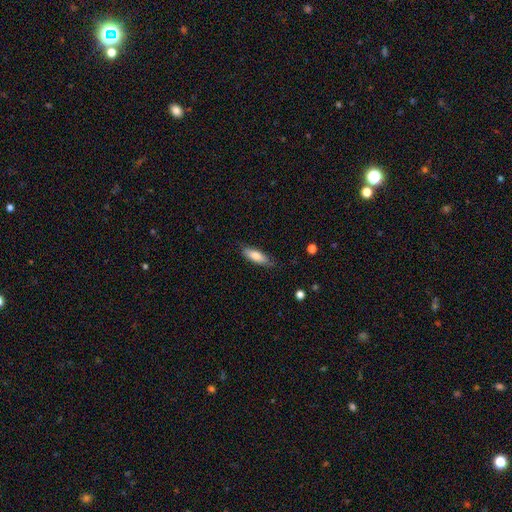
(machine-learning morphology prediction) smooth-or-featured: smooth: 76% | featured or disk: 18% | star or artifact: 6%
  how-rounded: in between: 52% | cigar-shaped: 46% | round: 2%
  merging: none: 80% | minor disturbance: 16% | major disturbance: 3% | merger: 1%